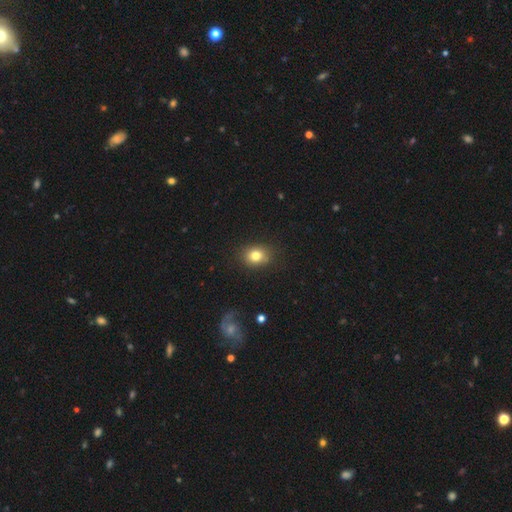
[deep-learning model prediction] The model was most divided on "how rounded": round: 51%, in between: 48%, cigar-shaped: 1%. More confident: merging — none (82%); smooth or featured — smooth (80%).